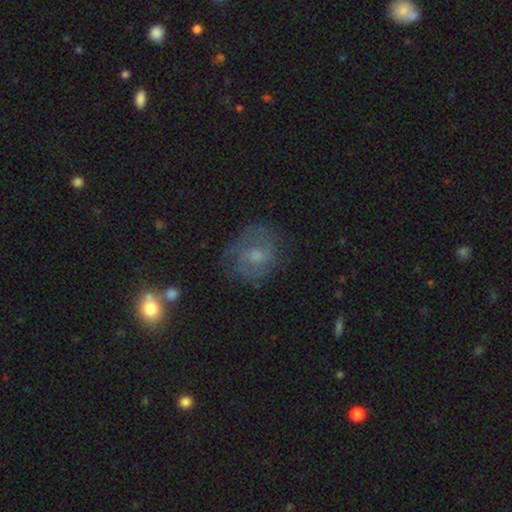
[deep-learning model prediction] Morphology: type=featured or disk (58%); edge-on=no (97%); bar=no (48%); spiral arms=yes (78%); bulge=moderate (45%); merging=none (66%).